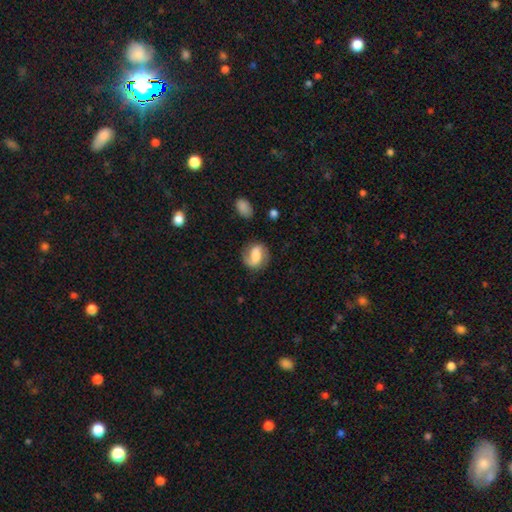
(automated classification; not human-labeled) Smooth or featured? featured or disk (56%)
Edge-on disk? no (97%)
Bar? weak (42%)
Spiral arms? yes (89%)
Bulge size? moderate (36%)
Merging? none (75%)